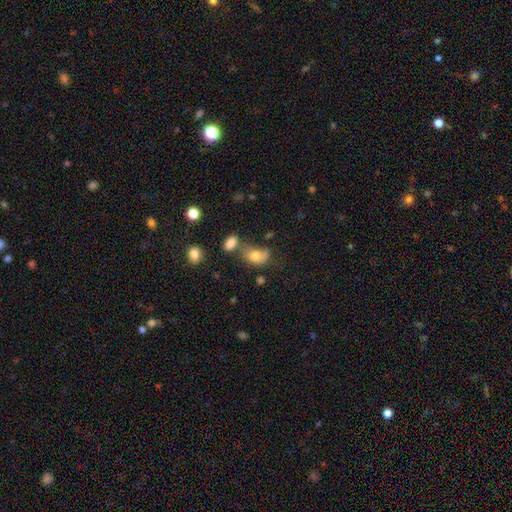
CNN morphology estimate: A smooth galaxy with no disk features (73%) that is in between round and cigar-shaped (76%).

Vote fractions:
- Smooth or featured? smooth: 73% / featured or disk: 17% / star or artifact: 10%
- How rounded? in between: 76% / round: 22% / cigar-shaped: 2%
- Merging? none: 33% / merger: 25% / minor disturbance: 25% / major disturbance: 18%